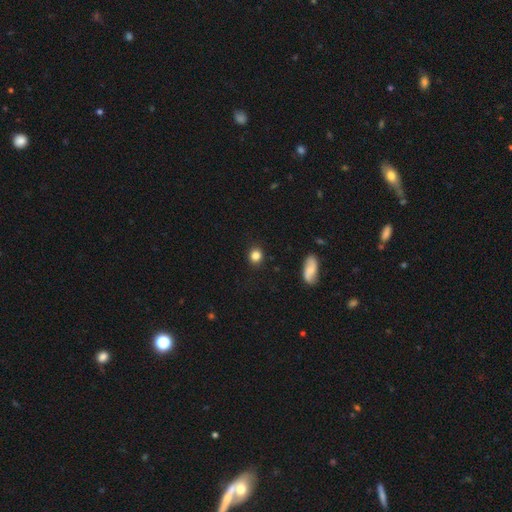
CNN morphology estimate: Q: Smooth or featured?
A: smooth (83%); runner-up: star or artifact (10%)
Q: How rounded?
A: round (80%); runner-up: in between (19%)
Q: Merging?
A: none (88%); runner-up: minor disturbance (8%)